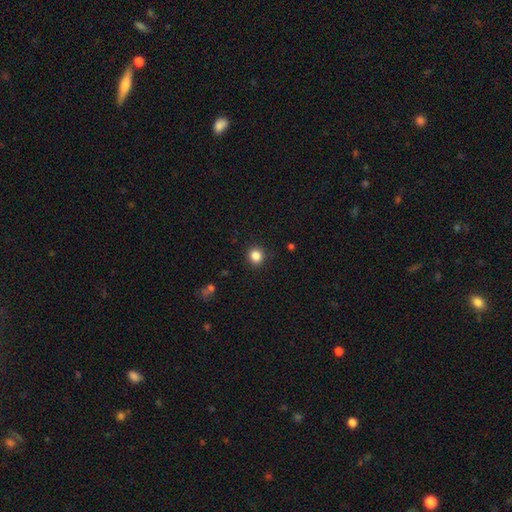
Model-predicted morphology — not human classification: type=smooth (85%); roundness=round (87%); merging=none (90%).